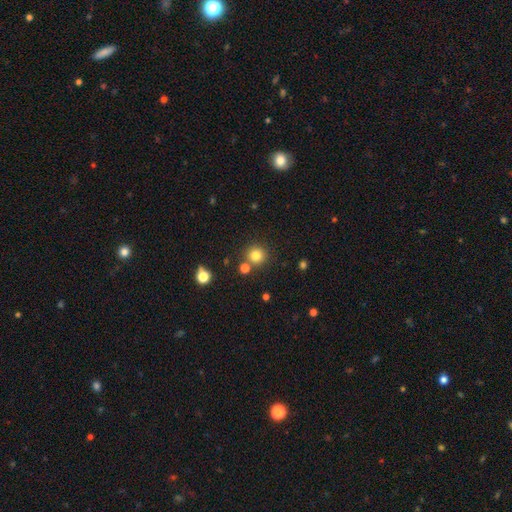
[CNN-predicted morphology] Smooth or featured?
  - smooth: 80% *
  - star or artifact: 14%
  - featured or disk: 6%
How rounded?
  - round: 93% *
  - in between: 6%
  - cigar-shaped: 1%
Merging?
  - none: 80% *
  - merger: 10%
  - minor disturbance: 7%
  - major disturbance: 3%